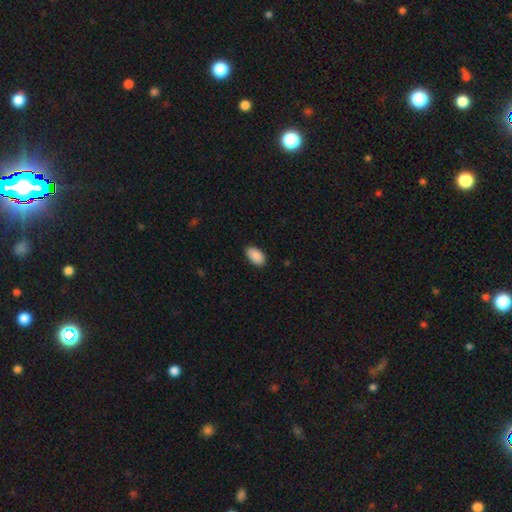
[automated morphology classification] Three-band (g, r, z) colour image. It shows a smooth galaxy with no disk features (90%) that is in between round and cigar-shaped (95%). Merging: none (86%).